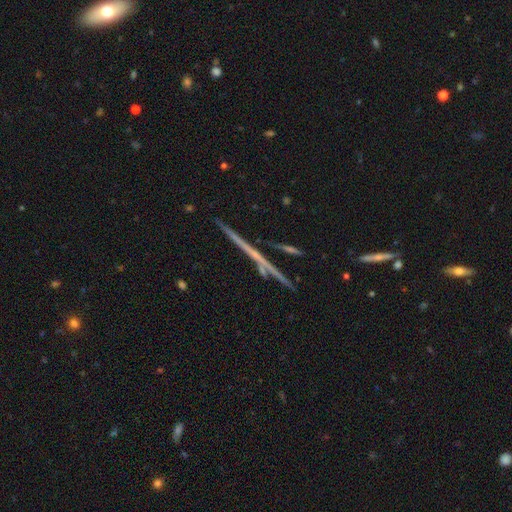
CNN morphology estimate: The model was most divided on "smooth or featured": featured or disk: 66%, smooth: 23%, star or artifact: 11%. More confident: edge-on disk — yes (97%); merging — none (85%); edge-on bulge — none (81%).